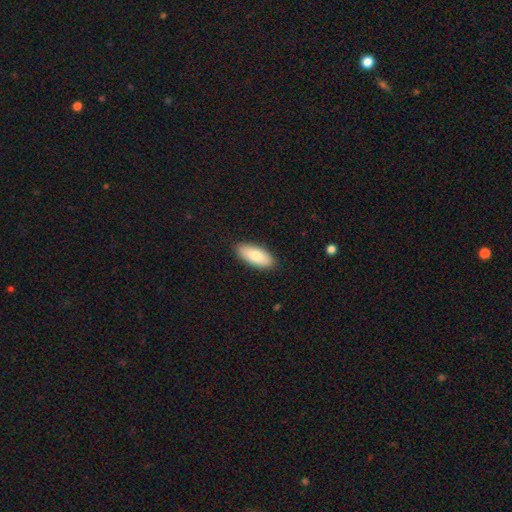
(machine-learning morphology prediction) The model was most divided on "how rounded": in between: 85%, cigar-shaped: 14%, round: 2%. More confident: merging — none (89%); smooth or featured — smooth (83%).